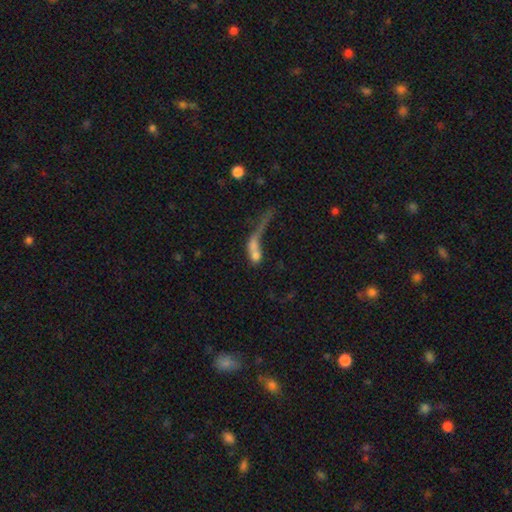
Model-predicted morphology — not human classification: smooth_or_featured: smooth (p=0.44) [alt: featured or disk p=0.37]
merging: merger (p=0.44) [alt: major disturbance p=0.28]